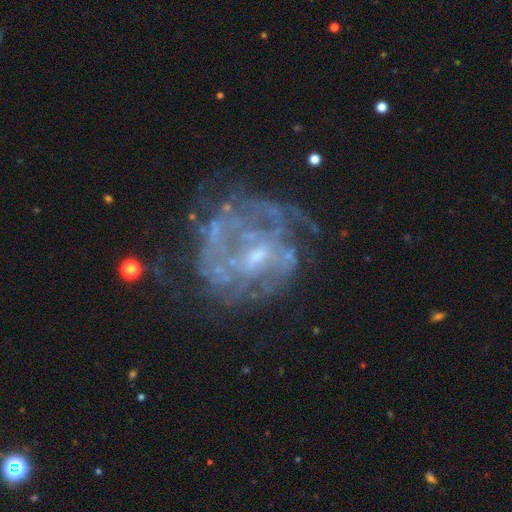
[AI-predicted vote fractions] A featured or disk galaxy (77%) with no bar (59%), spiral arms (56%) and a small central bulge (58%). Merging: none (54%).